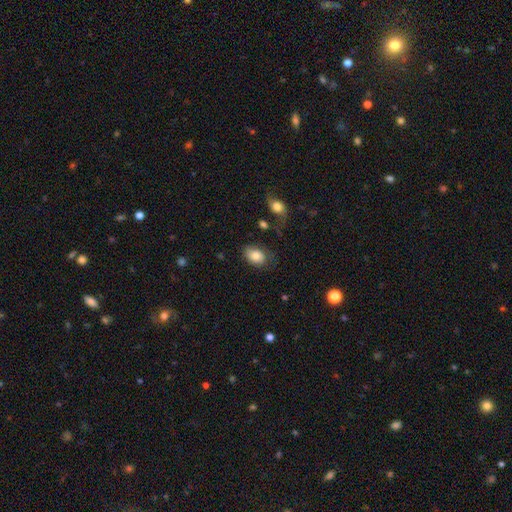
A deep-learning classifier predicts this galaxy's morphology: type=smooth (79%); roundness=in between (79%); merging=none (65%).